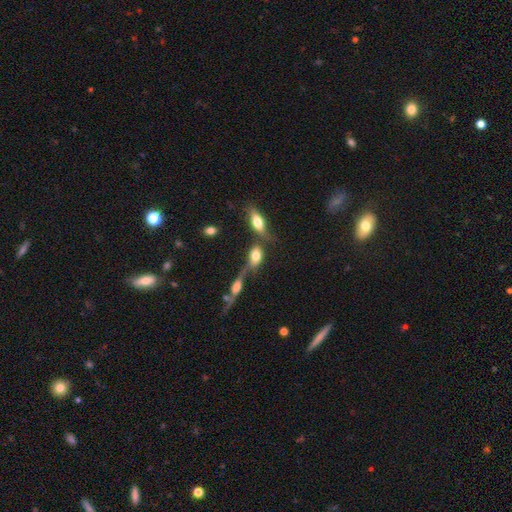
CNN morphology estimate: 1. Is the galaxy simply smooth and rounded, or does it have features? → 68% smooth, 22% featured or disk, 10% star or artifact.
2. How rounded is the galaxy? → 80% in between, 13% round, 7% cigar-shaped.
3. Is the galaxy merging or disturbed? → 53% merger, 24% none, 12% minor disturbance, 11% major disturbance.